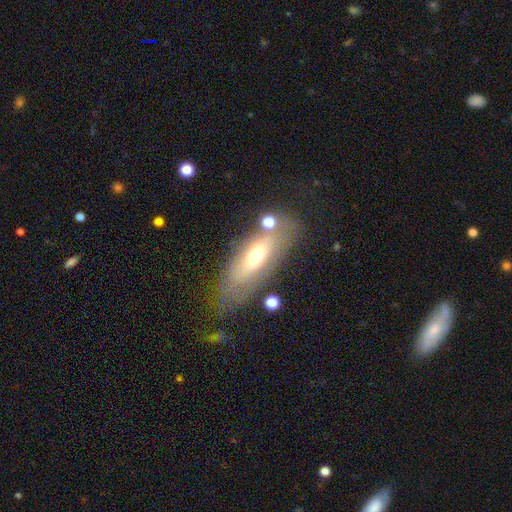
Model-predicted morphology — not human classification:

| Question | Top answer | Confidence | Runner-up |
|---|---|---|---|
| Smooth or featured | smooth | 46% | tied: featured or disk (46%) |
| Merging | none | 64% | minor disturbance (20%) |